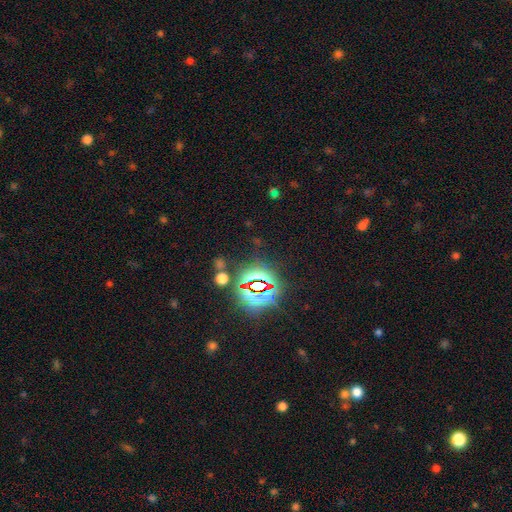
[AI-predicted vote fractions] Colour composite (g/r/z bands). It shows a star or artifact, not a galaxy (80%).